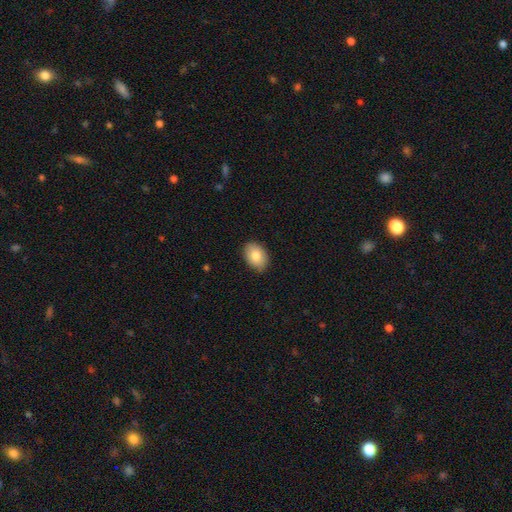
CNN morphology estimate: Smooth or featured: smooth — 82% (featured or disk — 11%)
How rounded: in between — 81% (round — 18%)
Merging: none — 86% (minor disturbance — 11%)